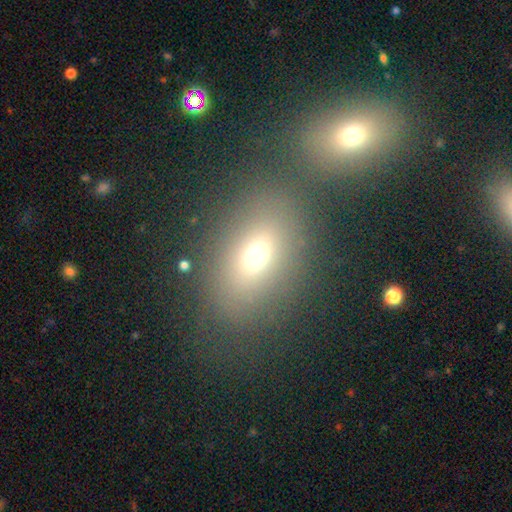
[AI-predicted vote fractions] The model was most divided on "how rounded": in between: 69%, round: 28%, cigar-shaped: 2%. More confident: smooth or featured — smooth (67%); merging — none (66%).